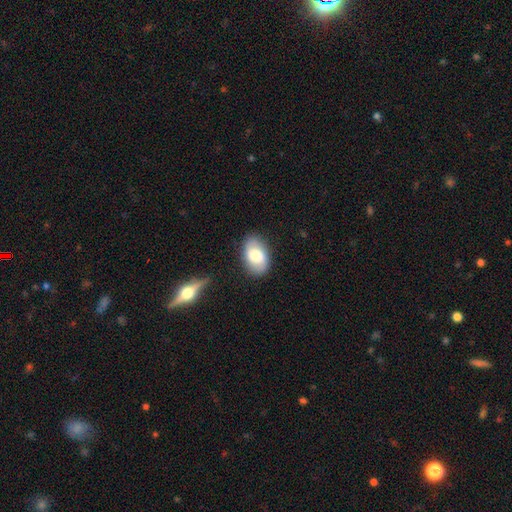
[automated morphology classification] type=smooth (68%); roundness=in between (89%); merging=none (81%).